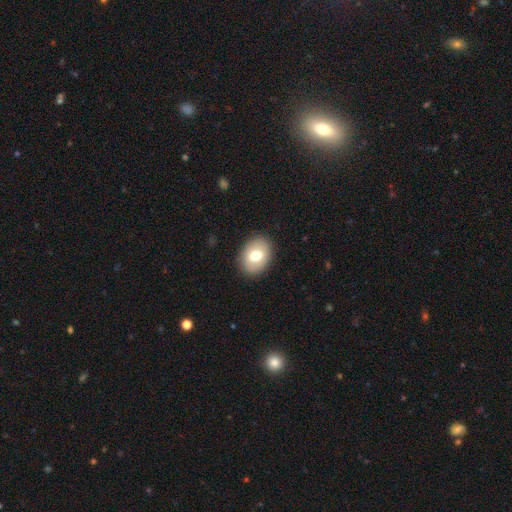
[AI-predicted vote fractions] The model was most divided on "how rounded": in between: 68%, round: 31%, cigar-shaped: 1%. More confident: merging — none (88%); smooth or featured — smooth (73%).